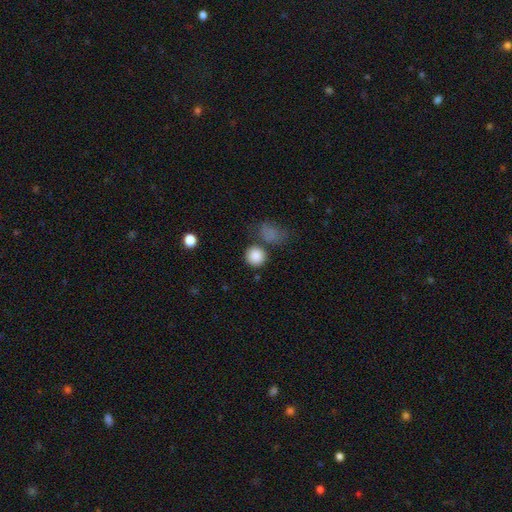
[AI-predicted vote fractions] Smooth or featured?
  - smooth: 86% *
  - star or artifact: 9%
  - featured or disk: 4%
How rounded?
  - round: 91% *
  - in between: 8%
  - cigar-shaped: 1%
Merging?
  - none: 72% *
  - merger: 12%
  - minor disturbance: 11%
  - major disturbance: 5%